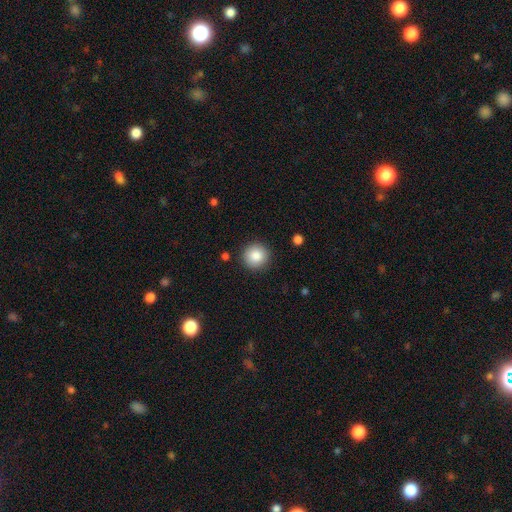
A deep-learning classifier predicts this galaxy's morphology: Smooth or featured: smooth — 86% (star or artifact — 9%)
How rounded: round — 95% (in between — 4%)
Merging: none — 90% (minor disturbance — 6%)